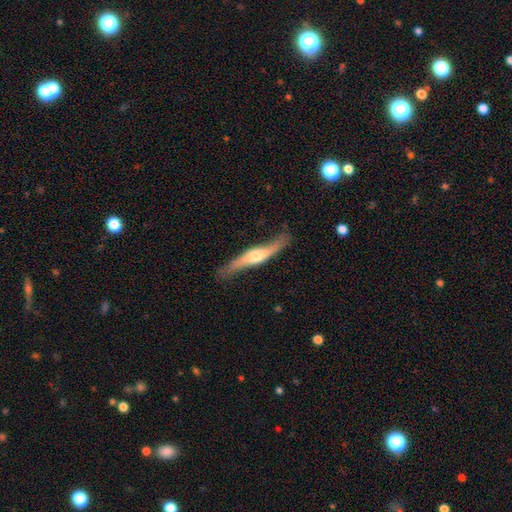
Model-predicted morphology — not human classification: This appears to be a featured or disk galaxy (69%) viewed edge-on (76%) with a rounded central bulge (86%). Merging: none (72%).